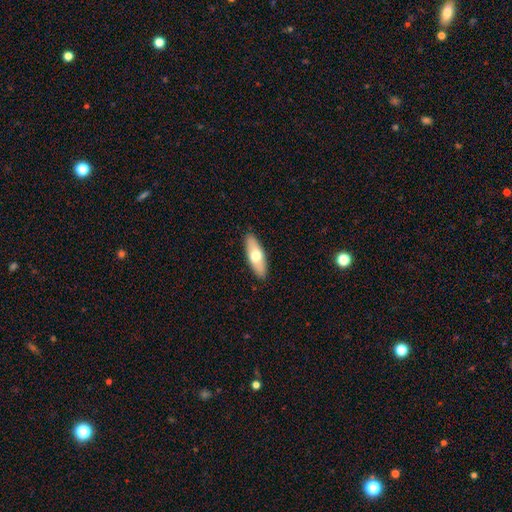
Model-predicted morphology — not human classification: Smooth or featured? smooth (62%)
How rounded? in between (60%)
Merging? none (89%)